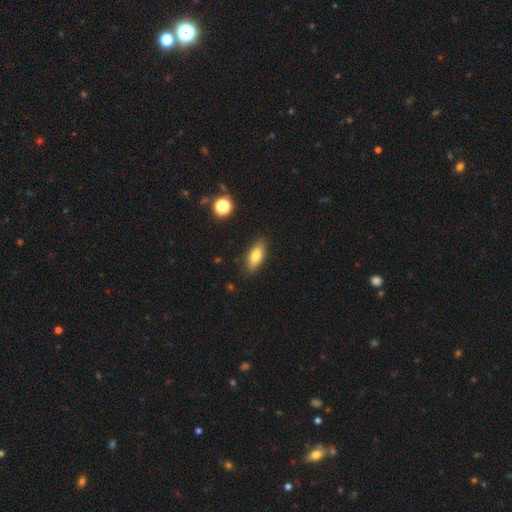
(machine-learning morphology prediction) smooth 74%, featured or disk 18%, star or artifact 8%. Down the decision tree: how rounded — in between (74%); merging — none (86%).